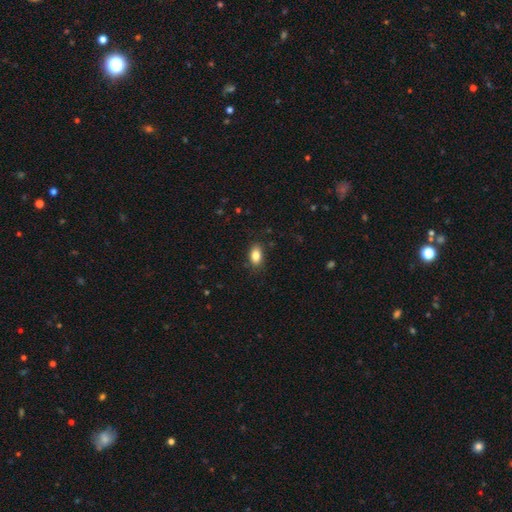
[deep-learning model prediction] This is clearly a smooth galaxy (84%). How rounded: clearly in between (88%). Merging: clearly none (85%).